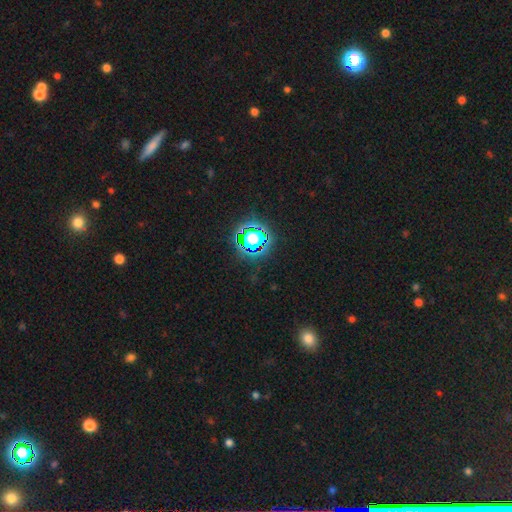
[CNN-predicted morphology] smooth_or_featured: star or artifact (p=0.79) [alt: smooth p=0.14]